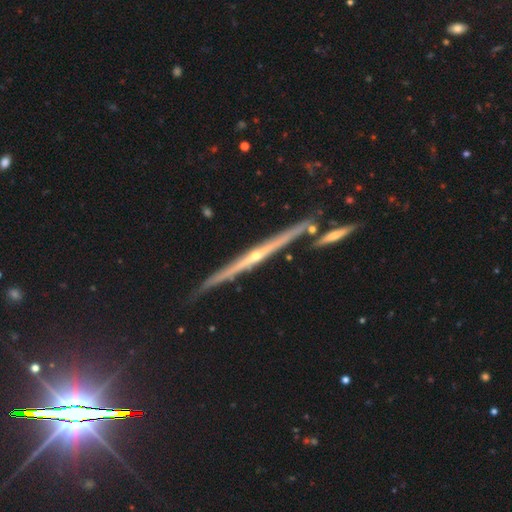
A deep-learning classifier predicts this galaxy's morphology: type=featured or disk (83%); edge-on=yes (97%); edge-on bulge=rounded (69%); merging=none (83%).